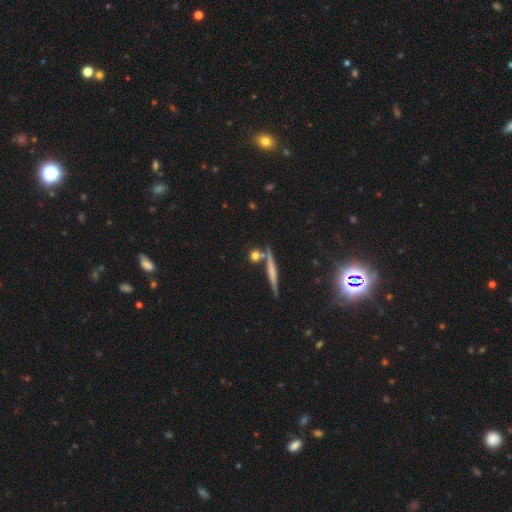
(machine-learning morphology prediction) Overall: smooth (67%). How rounded: round (70%). Merging: none (71%).